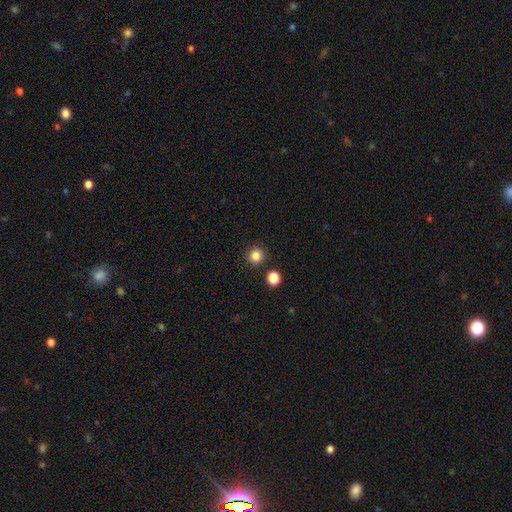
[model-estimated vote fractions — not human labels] Overall: smooth (84%). How rounded: round (94%). Merging: none (89%).